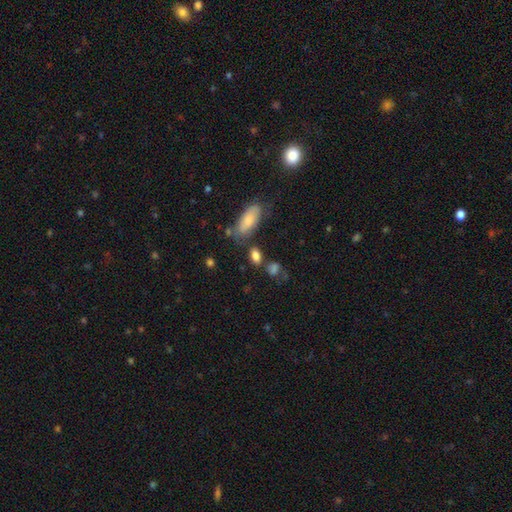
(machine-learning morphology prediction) smooth 81%, star or artifact 10%, featured or disk 9%. Down the decision tree: how rounded — in between (82%); merging — none (63%).